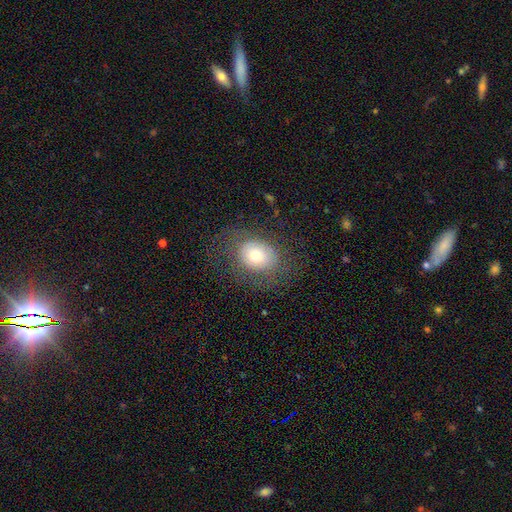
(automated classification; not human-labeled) smooth_or_featured: smooth (p=0.65) [alt: featured or disk p=0.25]
how_rounded: in between (p=0.51) [alt: round p=0.48]
merging: none (p=0.66) [alt: minor disturbance p=0.17]